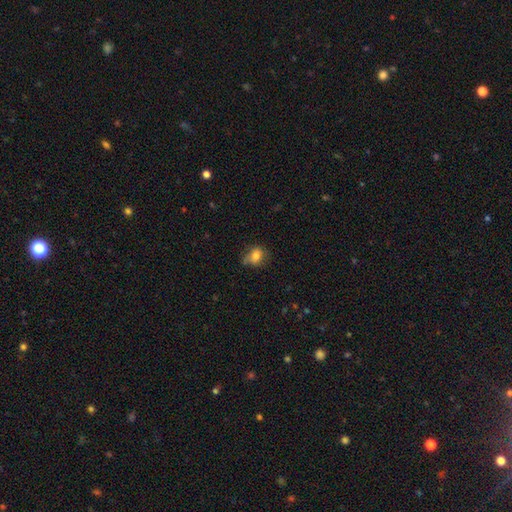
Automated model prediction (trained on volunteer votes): The model was most divided on "how rounded": round: 51%, in between: 48%, cigar-shaped: 1%. More confident: smooth or featured — smooth (78%); merging — none (60%).